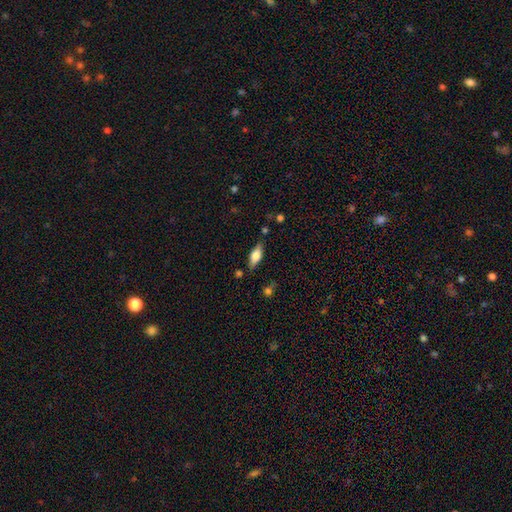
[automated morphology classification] The model was most divided on "smooth or featured": smooth: 64%, featured or disk: 29%, star or artifact: 7%. More confident: merging — none (80%); how rounded — in between (73%).